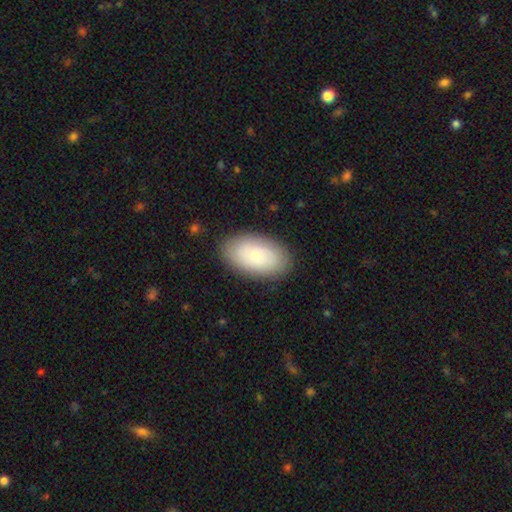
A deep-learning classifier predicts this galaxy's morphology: smooth-or-featured: smooth: 73% | featured or disk: 21% | star or artifact: 6%
  how-rounded: in between: 94% | round: 4% | cigar-shaped: 2%
  merging: none: 86% | minor disturbance: 10% | major disturbance: 3% | merger: 1%